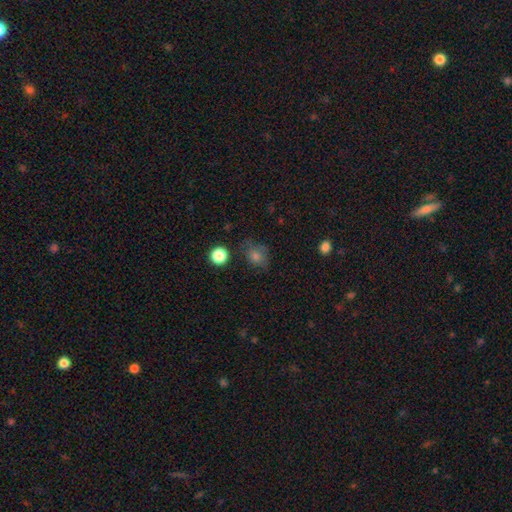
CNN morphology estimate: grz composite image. It shows a smooth galaxy with no disk features (73%) that is round (59%). Merging: none (68%).